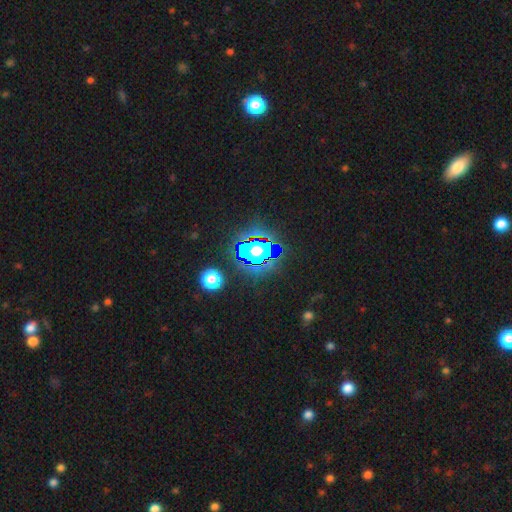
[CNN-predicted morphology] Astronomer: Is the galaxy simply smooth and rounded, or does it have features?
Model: star or artifact — 81%.